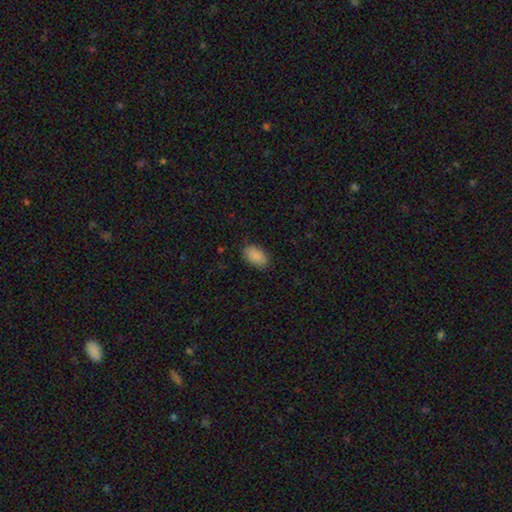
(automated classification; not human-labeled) Morphology: type=smooth (88%); roundness=in between (92%); merging=none (81%).